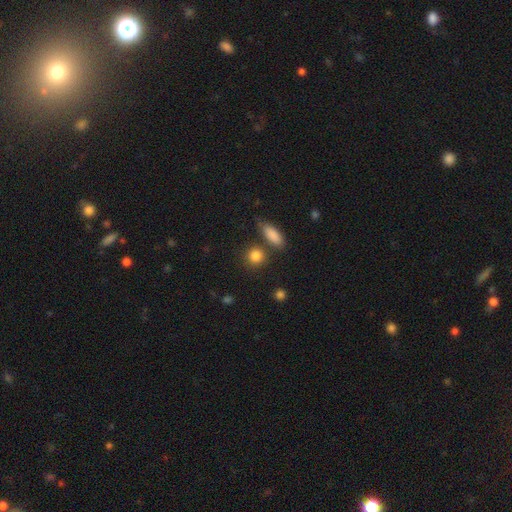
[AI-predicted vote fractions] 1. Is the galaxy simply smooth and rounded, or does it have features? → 85% smooth, 9% star or artifact, 6% featured or disk.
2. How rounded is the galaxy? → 78% round, 18% in between, 4% cigar-shaped.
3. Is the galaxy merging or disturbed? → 75% none, 11% minor disturbance, 11% merger, 4% major disturbance.